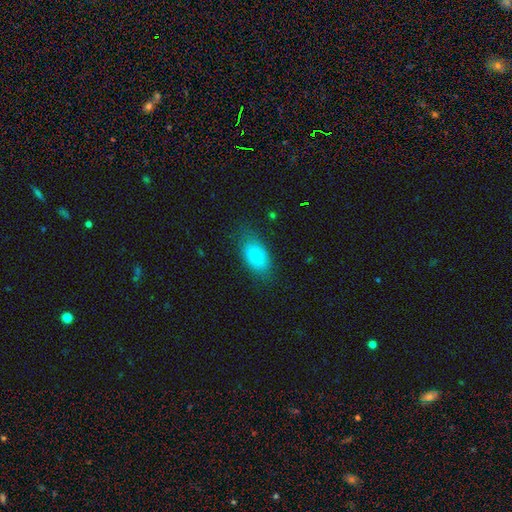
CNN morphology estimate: Smooth or featured?
  - smooth: 84% *
  - star or artifact: 9%
  - featured or disk: 7%
How rounded?
  - in between: 91% *
  - round: 5%
  - cigar-shaped: 4%
Merging?
  - none: 71% *
  - minor disturbance: 20%
  - major disturbance: 8%
  - merger: 2%